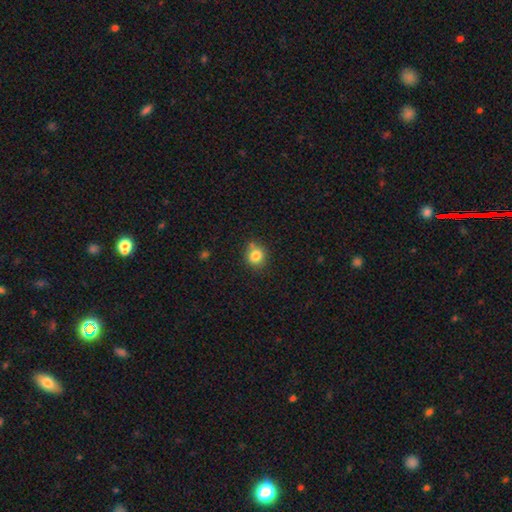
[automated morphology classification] smooth_or_featured: smooth (p=0.81) [alt: star or artifact p=0.11]
how_rounded: round (p=0.81) [alt: in between p=0.18]
merging: none (p=0.72) [alt: minor disturbance p=0.16]